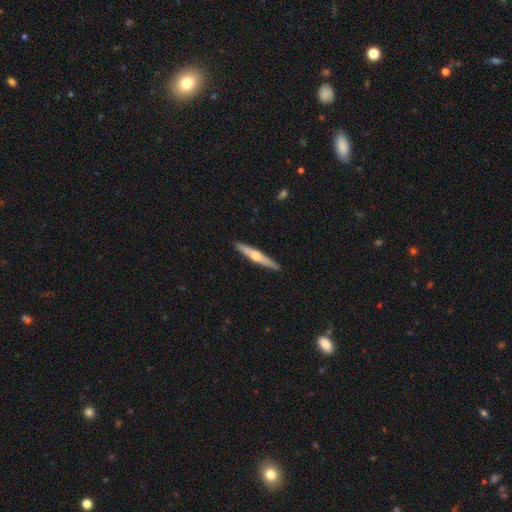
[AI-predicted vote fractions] Overall: featured or disk (59%; smooth 37%). Edge-on disk: yes (96%). Edge-on bulge: rounded (90%). Merging: none (91%).